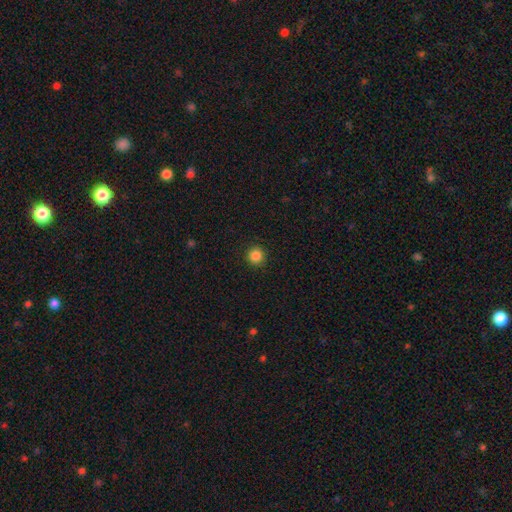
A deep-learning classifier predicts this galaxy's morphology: smooth-or-featured: smooth: 86% | star or artifact: 11% | featured or disk: 4%
  how-rounded: round: 94% | in between: 5% | cigar-shaped: 1%
  merging: none: 92% | minor disturbance: 5% | major disturbance: 2% | merger: 1%